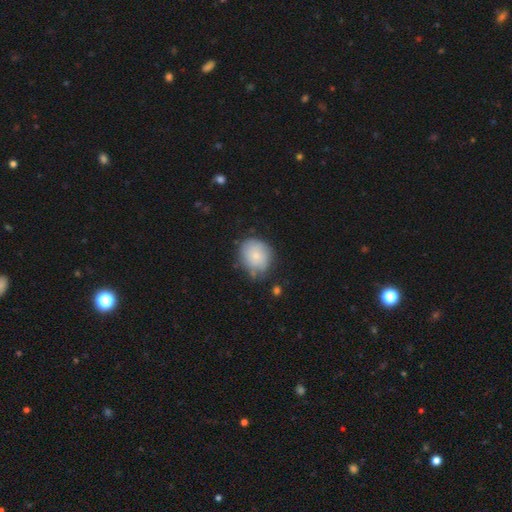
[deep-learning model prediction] This appears to be a smooth galaxy with no disk features (78%) that is round (73%). Merging: none (67%).